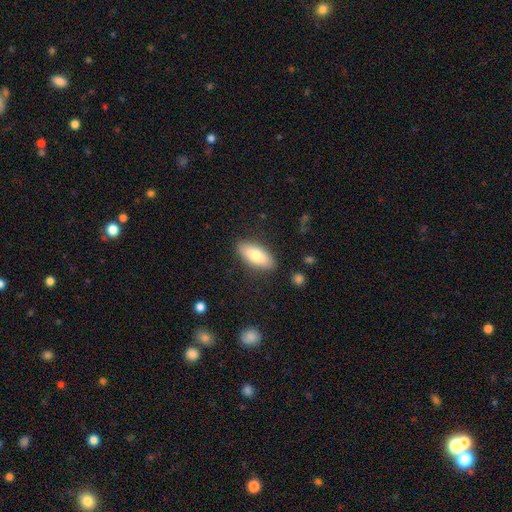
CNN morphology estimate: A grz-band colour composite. It shows a smooth galaxy with no disk features (75%) that is in between round and cigar-shaped (79%). Merging: none (87%).